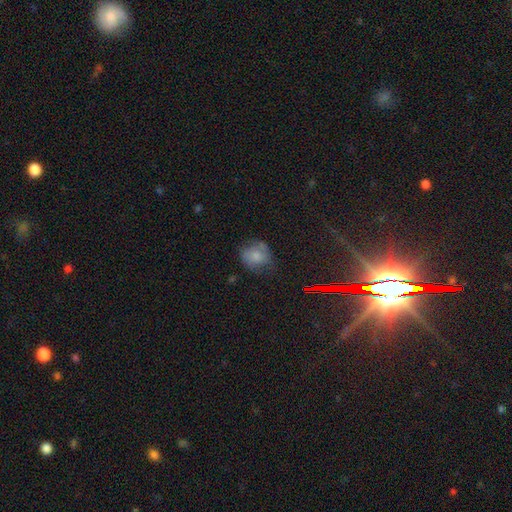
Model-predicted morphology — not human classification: The model was most divided on "merging": none: 58%, minor disturbance: 28%, major disturbance: 12%, merger: 2%. More confident: how rounded — round (72%); smooth or featured — smooth (65%).